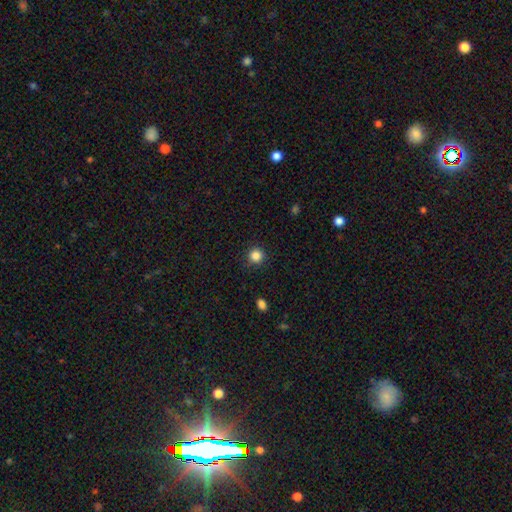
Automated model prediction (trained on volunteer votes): Smooth or featured: smooth — 85% (star or artifact — 11%)
How rounded: round — 94% (in between — 5%)
Merging: none — 88% (minor disturbance — 8%)